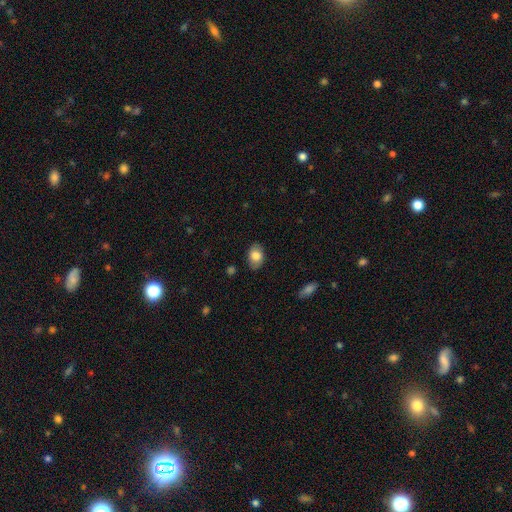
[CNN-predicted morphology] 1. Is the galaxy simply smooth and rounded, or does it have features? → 79% smooth, 14% featured or disk, 7% star or artifact.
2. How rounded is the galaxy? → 83% in between, 16% round, 1% cigar-shaped.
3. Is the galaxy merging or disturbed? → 84% none, 12% minor disturbance, 3% major disturbance, 1% merger.